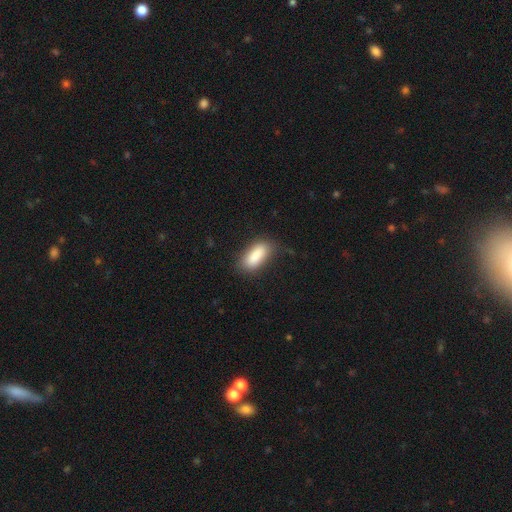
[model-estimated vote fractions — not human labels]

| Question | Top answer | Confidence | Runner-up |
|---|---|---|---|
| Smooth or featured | smooth | 87% | star or artifact (7%) |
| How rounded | in between | 78% | cigar-shaped (19%) |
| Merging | none | 78% | minor disturbance (16%) |